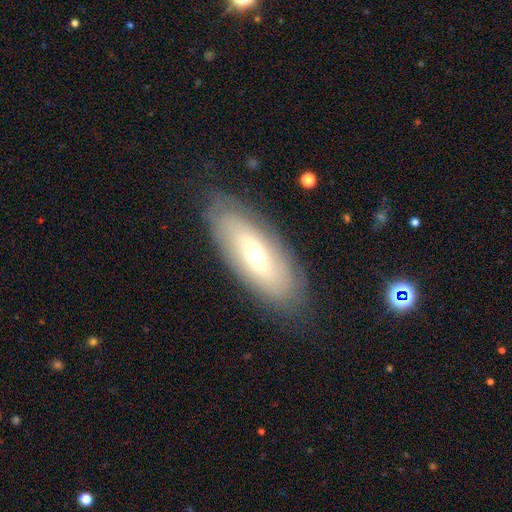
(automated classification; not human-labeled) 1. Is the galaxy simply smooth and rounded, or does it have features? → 51% featured or disk, 41% smooth, 8% star or artifact.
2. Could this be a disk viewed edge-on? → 78% no, 22% yes.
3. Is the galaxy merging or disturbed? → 82% none, 13% minor disturbance, 4% major disturbance, 1% merger.